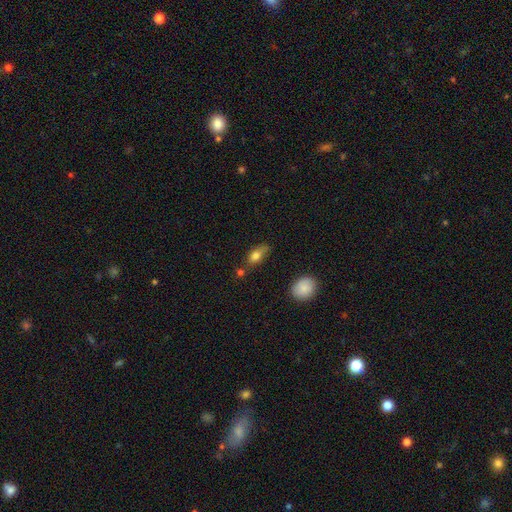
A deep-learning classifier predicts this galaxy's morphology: Q: Smooth or featured?
A: smooth (76%); runner-up: featured or disk (15%)
Q: How rounded?
A: in between (77%); runner-up: cigar-shaped (13%)
Q: Merging?
A: none (55%); runner-up: minor disturbance (27%)